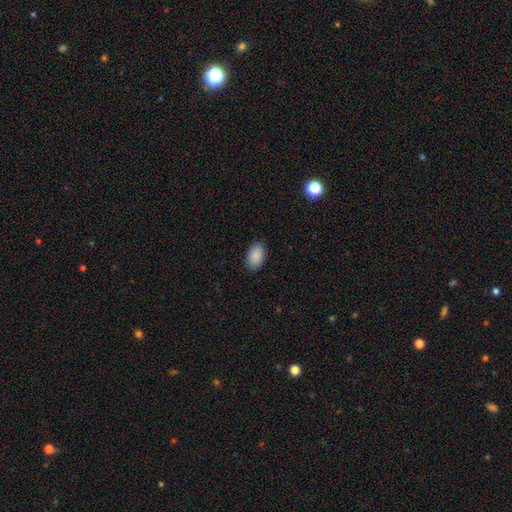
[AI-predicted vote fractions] A smooth galaxy with no disk features (89%) that is in between round and cigar-shaped (93%). Merging: none (89%).